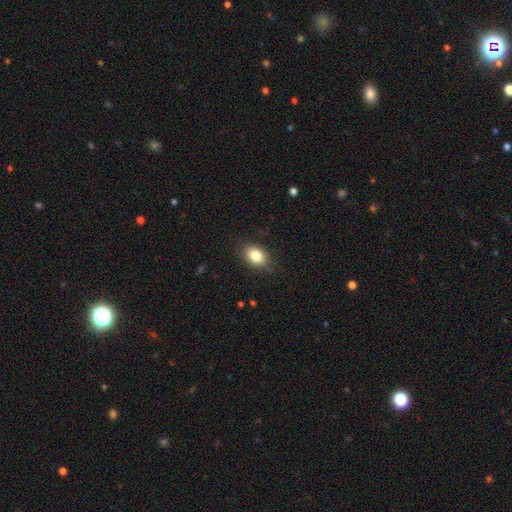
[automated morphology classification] This appears to be a smooth galaxy with no disk features (83%) that is in between round and cigar-shaped (77%). Merging: none (83%).